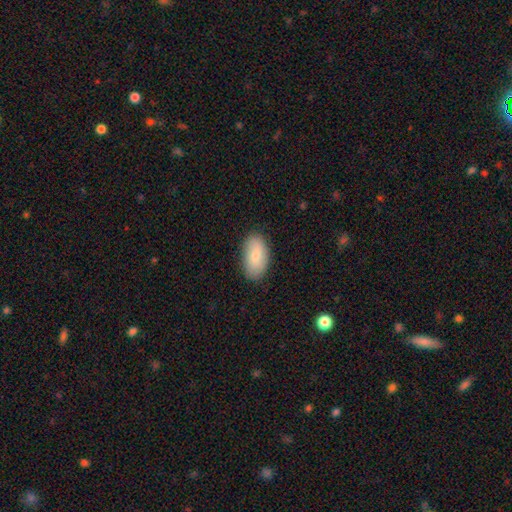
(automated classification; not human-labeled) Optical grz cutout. It shows a smooth galaxy with no disk features (79%) that is in between round and cigar-shaped (94%). Merging: none (86%).